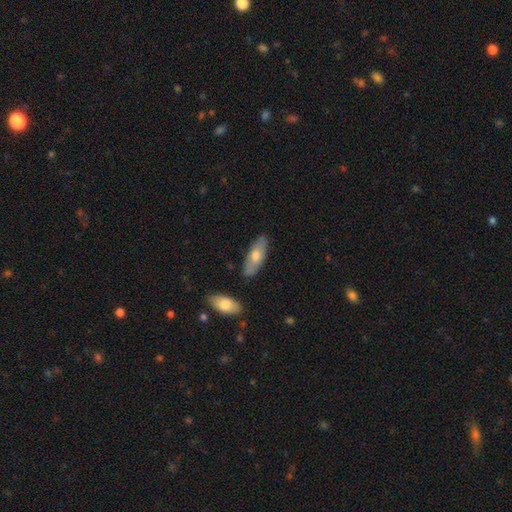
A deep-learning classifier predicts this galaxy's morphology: smooth-or-featured: smooth: 64% | featured or disk: 30% | star or artifact: 6%
  how-rounded: in between: 73% | cigar-shaped: 25% | round: 2%
  merging: none: 80% | minor disturbance: 14% | merger: 3% | major disturbance: 2%